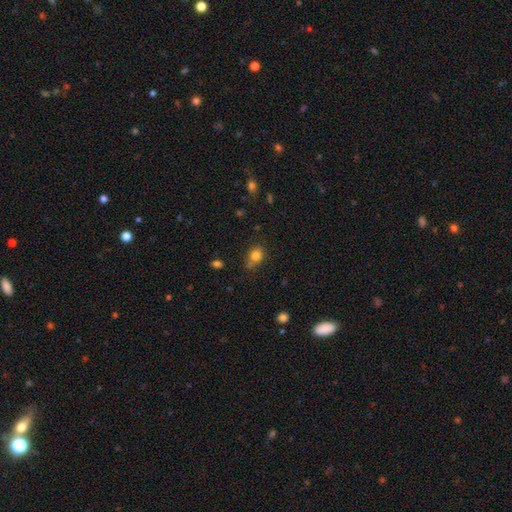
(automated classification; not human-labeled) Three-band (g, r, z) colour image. It shows a smooth galaxy with no disk features (81%) that is round (55%). Merging: none (63%).